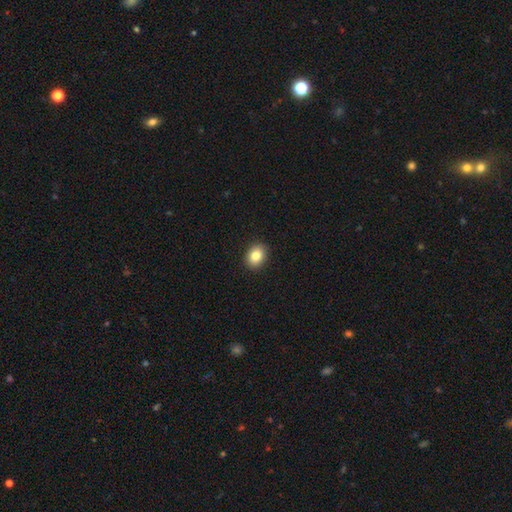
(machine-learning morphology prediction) This is clearly a smooth galaxy (84%). How rounded: possibly in between (57%). Merging: clearly none (91%).